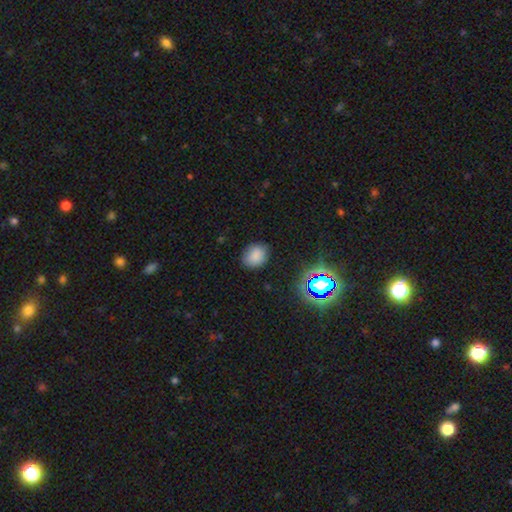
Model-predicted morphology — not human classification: A smooth galaxy with no disk features (81%) that is round (56%). Merging: none (82%).